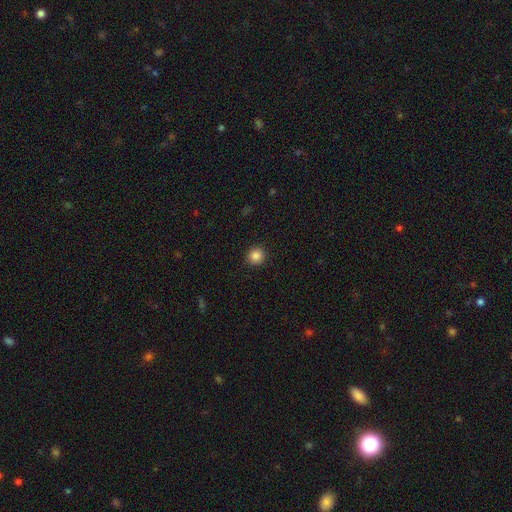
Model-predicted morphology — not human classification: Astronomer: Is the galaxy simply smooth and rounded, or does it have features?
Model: smooth — 86%.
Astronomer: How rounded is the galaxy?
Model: round — 92%.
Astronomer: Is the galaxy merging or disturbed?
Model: none — 92%.